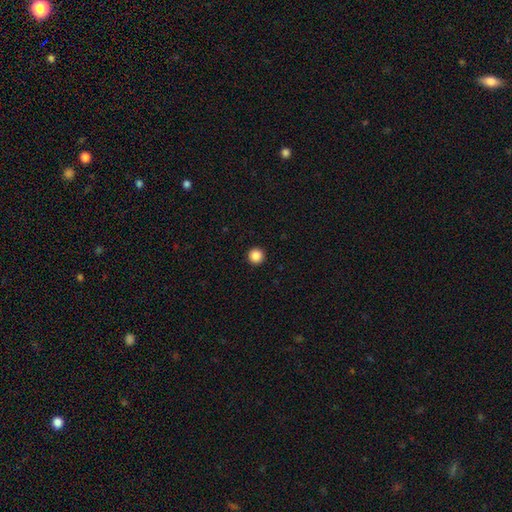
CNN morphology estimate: smooth-or-featured: smooth: 87% | star or artifact: 10% | featured or disk: 3%
  how-rounded: round: 97% | in between: 2% | cigar-shaped: 1%
  merging: none: 94% | minor disturbance: 3% | major disturbance: 1% | merger: 1%